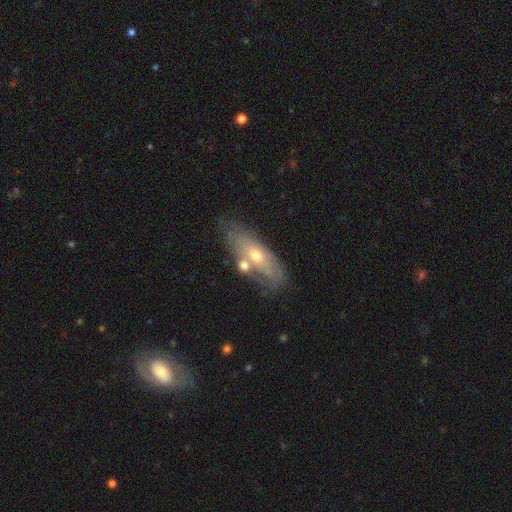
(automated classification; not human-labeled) Smooth or featured? Predicted: featured or disk (p=0.55). Edge-on disk? Predicted: no (p=0.71). Merging? Predicted: none (p=0.62).